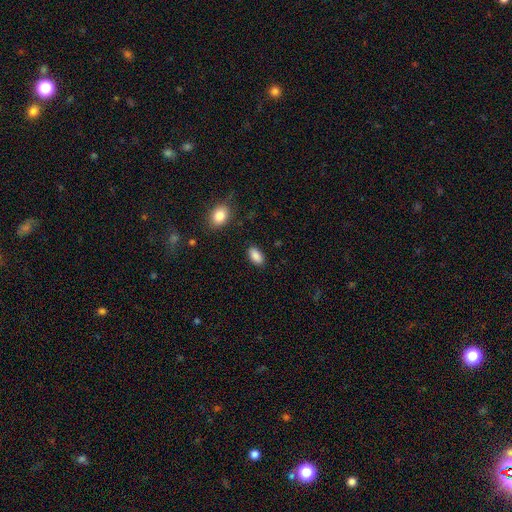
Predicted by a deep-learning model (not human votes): Overall: smooth (88%). How rounded: in between (93%). Merging: none (87%).